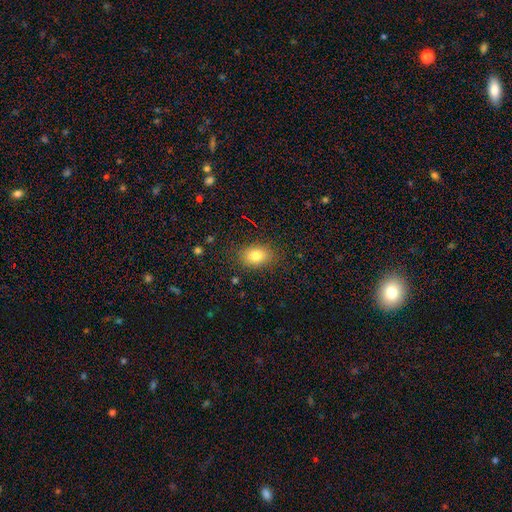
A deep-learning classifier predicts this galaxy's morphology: Overall: smooth (80%). How rounded: in between (77%). Merging: none (83%).